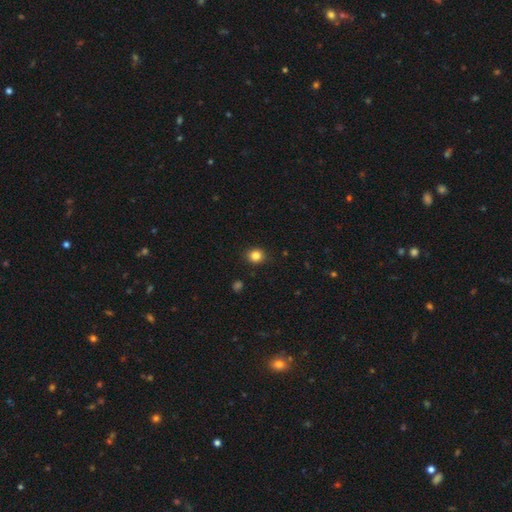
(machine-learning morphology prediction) smooth_or_featured: smooth (p=0.84) [alt: star or artifact p=0.12]
how_rounded: round (p=0.81) [alt: in between p=0.18]
merging: none (p=0.90) [alt: minor disturbance p=0.07]